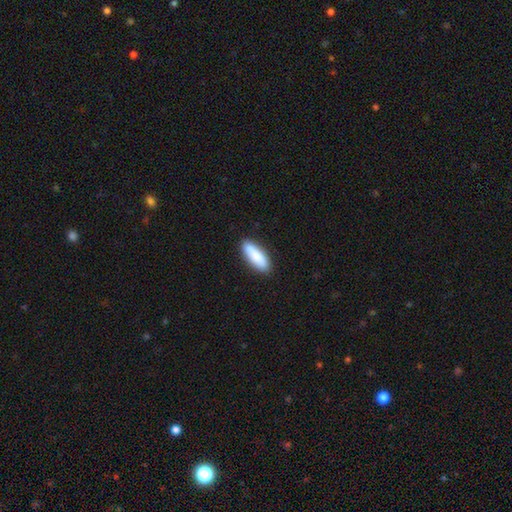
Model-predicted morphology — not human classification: A smooth galaxy with no disk features (86%) that is in between round and cigar-shaped (54%).

Vote fractions:
- Smooth or featured? smooth: 86% / featured or disk: 9% / star or artifact: 6%
- How rounded? in between: 54% / cigar-shaped: 44% / round: 2%
- Merging? none: 85% / minor disturbance: 11% / major disturbance: 2% / merger: 2%